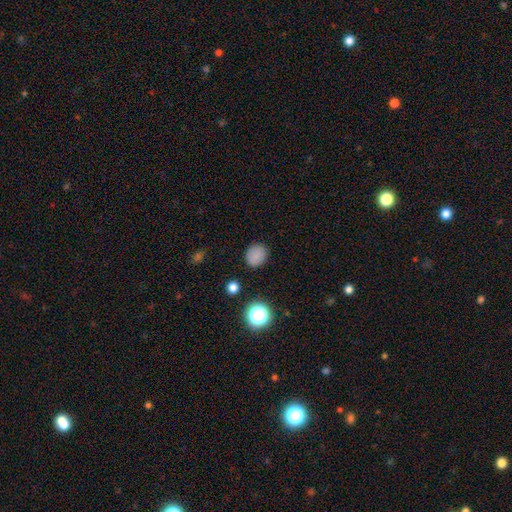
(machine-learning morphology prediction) A smooth galaxy with no disk features (81%) that is round (68%). Merging: none (86%).